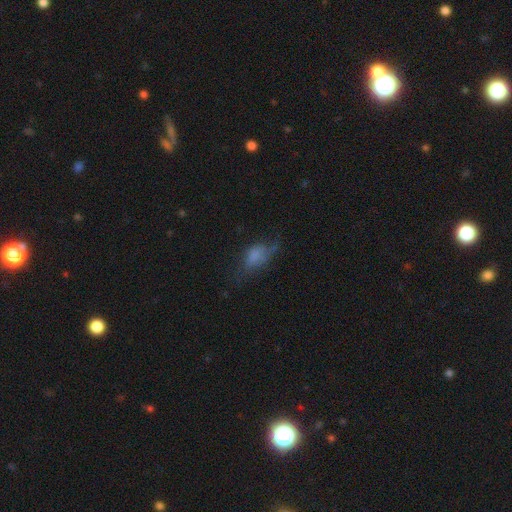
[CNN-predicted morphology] A smooth galaxy with no disk features (61%) that is in between round and cigar-shaped (85%).

Vote fractions:
- Smooth or featured? smooth: 61% / featured or disk: 26% / star or artifact: 14%
- How rounded? in between: 85% / round: 9% / cigar-shaped: 6%
- Merging? major disturbance: 35% / none: 33% / minor disturbance: 28% / merger: 3%